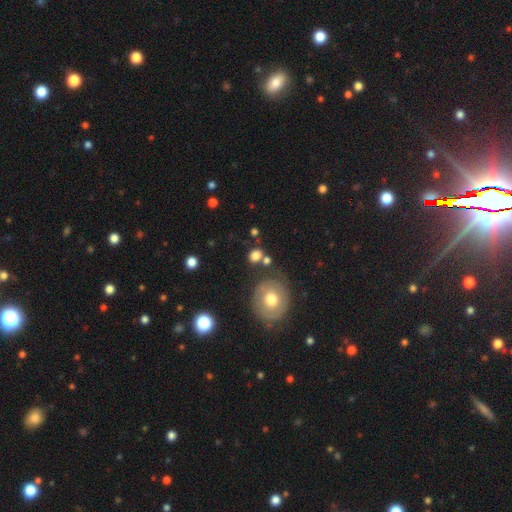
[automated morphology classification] Smooth or featured?
  - smooth: 77% *
  - star or artifact: 13%
  - featured or disk: 10%
How rounded?
  - round: 68% *
  - in between: 31%
  - cigar-shaped: 2%
Merging?
  - none: 71% *
  - minor disturbance: 13%
  - merger: 11%
  - major disturbance: 5%